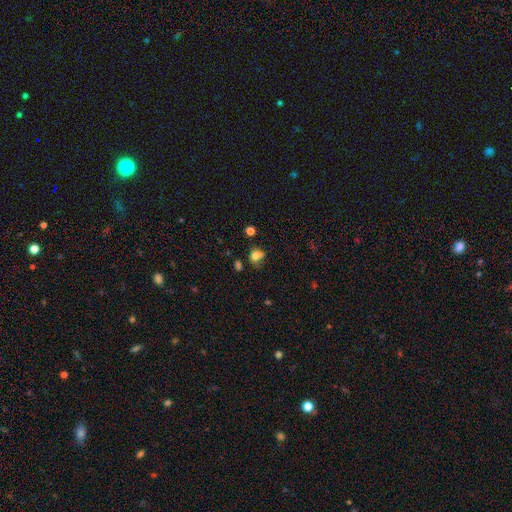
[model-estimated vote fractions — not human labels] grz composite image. It shows a smooth galaxy with no disk features (70%) that is round (54%). Merging: none (41%).